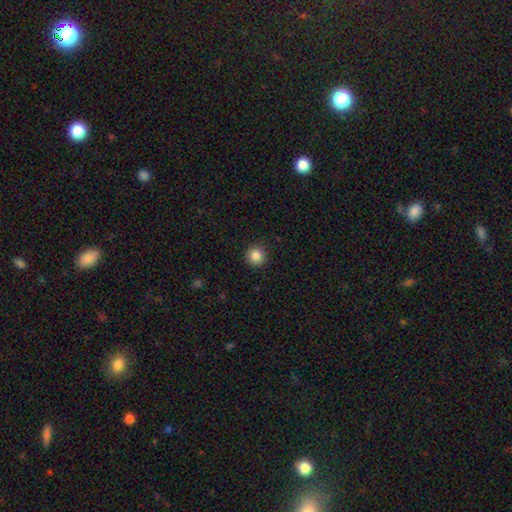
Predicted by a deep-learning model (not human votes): A smooth galaxy with no disk features (85%) that is round (95%). Merging: none (92%).